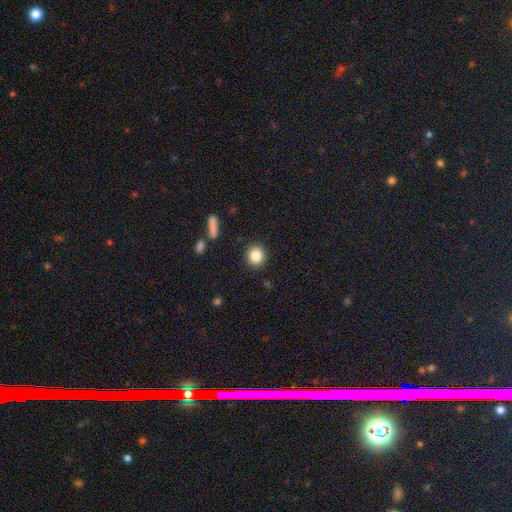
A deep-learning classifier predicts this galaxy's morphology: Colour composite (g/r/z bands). It shows a smooth galaxy with no disk features (84%) that is round (85%). Merging: none (90%).